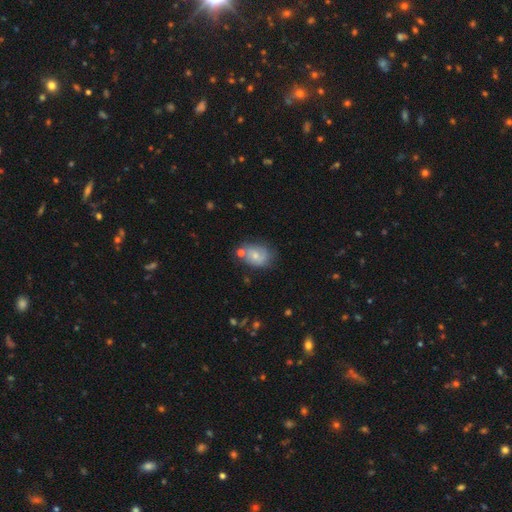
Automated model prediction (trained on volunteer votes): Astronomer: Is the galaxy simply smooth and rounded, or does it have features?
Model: smooth — 51% (runner-up: featured or disk, 39%).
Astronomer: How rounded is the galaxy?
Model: in between — 62% (runner-up: round, 37%).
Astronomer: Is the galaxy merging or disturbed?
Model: none — 54%.